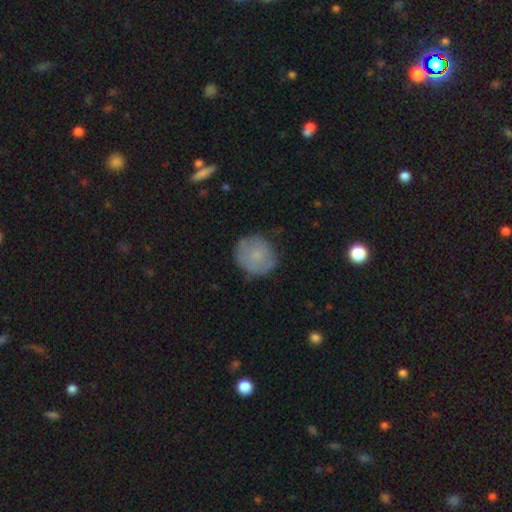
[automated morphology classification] smooth-or-featured: smooth: 73% | featured or disk: 19% | star or artifact: 8%
  how-rounded: round: 89% | in between: 10% | cigar-shaped: 1%
  merging: none: 77% | minor disturbance: 17% | major disturbance: 4% | merger: 1%